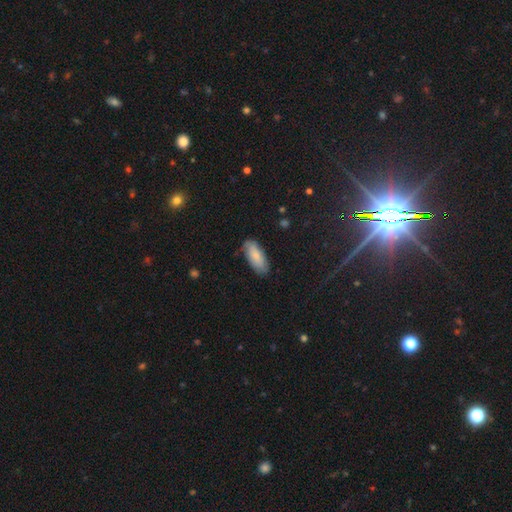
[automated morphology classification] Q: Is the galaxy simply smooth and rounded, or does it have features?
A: smooth — 80%.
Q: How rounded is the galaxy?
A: in between — 85%.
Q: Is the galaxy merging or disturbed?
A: none — 77%.